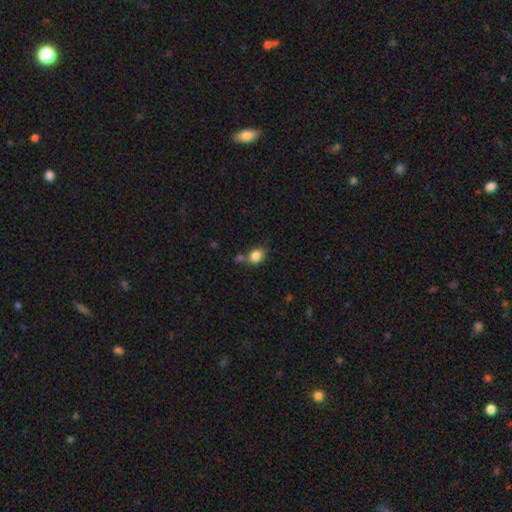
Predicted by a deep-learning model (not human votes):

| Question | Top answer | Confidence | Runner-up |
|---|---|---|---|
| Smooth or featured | smooth | 84% | star or artifact (10%) |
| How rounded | in between | 54% | round (44%) |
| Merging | none | 62% | merger (17%) |